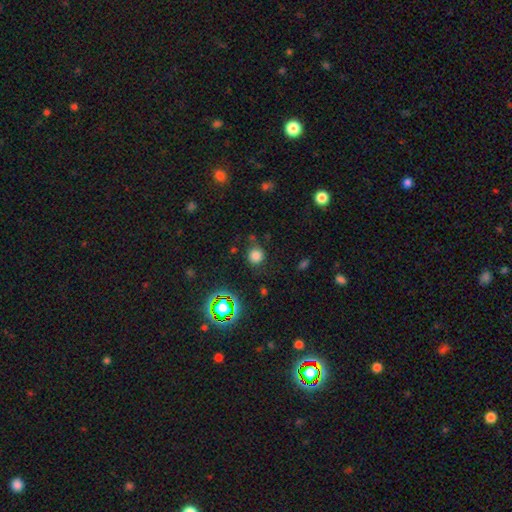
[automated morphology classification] Smooth or featured? smooth (75%)
How rounded? round (91%)
Merging? none (79%)